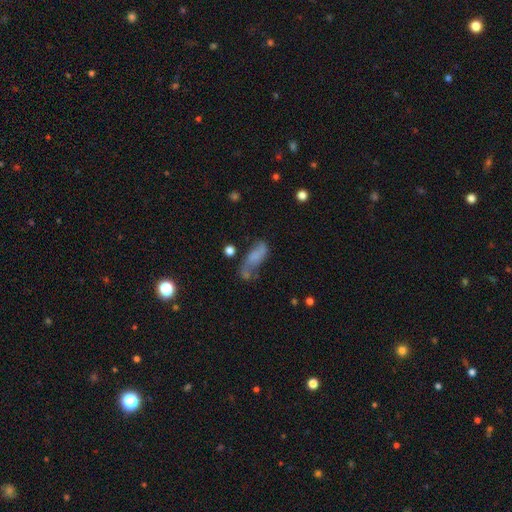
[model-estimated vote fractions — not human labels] Overall: smooth (53%; featured or disk 35%). How rounded: in between (70%). Merging: none (34%; major disturbance 27%).